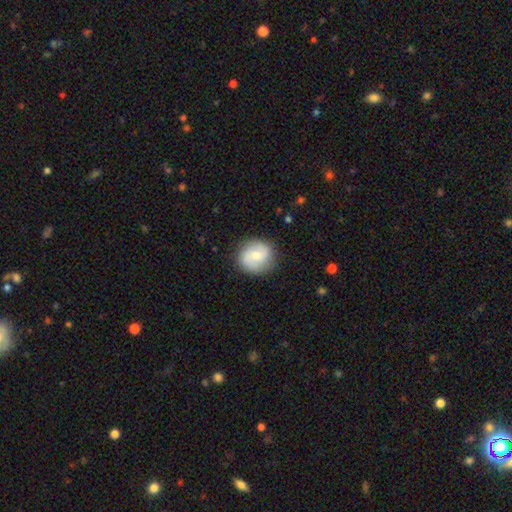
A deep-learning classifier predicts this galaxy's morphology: Smooth or featured?
  - featured or disk: 53% *
  - smooth: 41%
  - star or artifact: 6%
Edge-on disk?
  - no: 98% *
  - yes: 2%
Bar?
  - no: 48% *
  - weak: 44%
  - strong: 8%
Spiral arms?
  - yes: 87% *
  - no: 13%
Bulge size?
  - moderate: 55% *
  - small: 38%
  - large: 3%
  - none: 3%
  - dominant: 1%
Merging?
  - none: 86% *
  - minor disturbance: 10%
  - major disturbance: 3%
  - merger: 1%